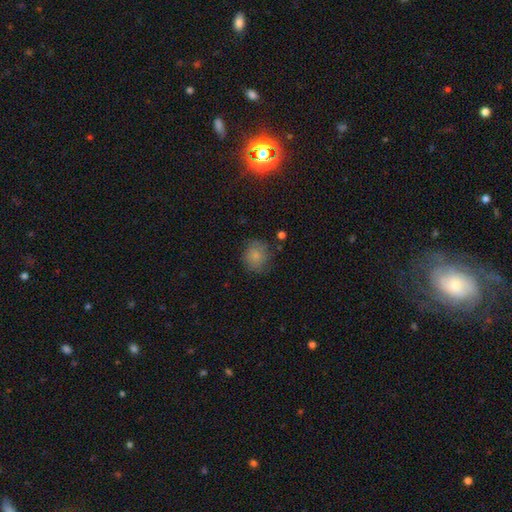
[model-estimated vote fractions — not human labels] The model was most divided on "merging": none: 74%, minor disturbance: 18%, major disturbance: 6%, merger: 2%. More confident: how rounded — round (85%); smooth or featured — smooth (79%).